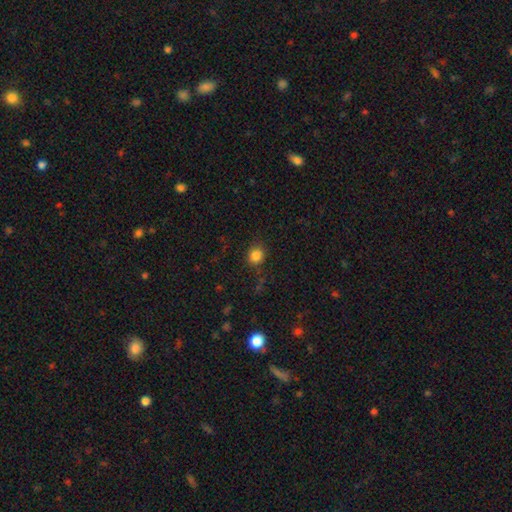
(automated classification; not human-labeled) This appears to be a smooth galaxy with no disk features (84%) that is round (83%). Merging: none (84%).